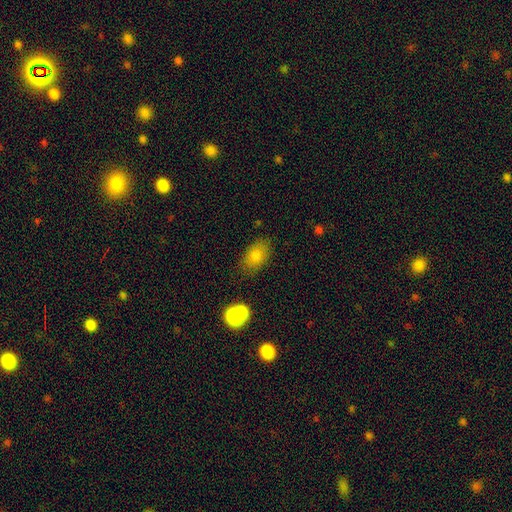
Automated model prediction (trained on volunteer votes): Smooth or featured?
  - smooth: 79% *
  - featured or disk: 11%
  - star or artifact: 10%
How rounded?
  - in between: 88% *
  - round: 10%
  - cigar-shaped: 2%
Merging?
  - none: 77% *
  - minor disturbance: 14%
  - merger: 5%
  - major disturbance: 4%